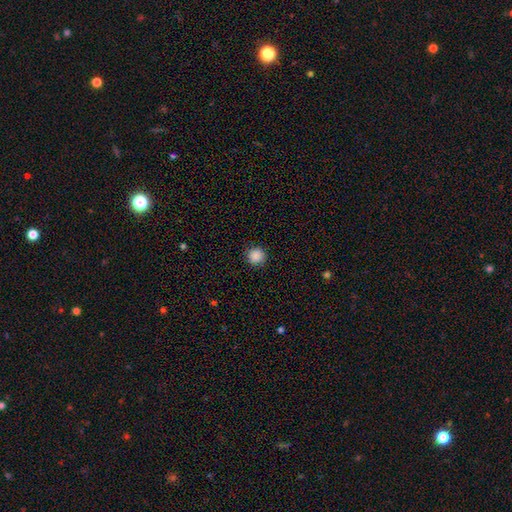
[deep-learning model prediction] Smooth or featured? Predicted: smooth (p=0.88). How rounded? Predicted: round (p=0.94). Merging? Predicted: none (p=0.90).